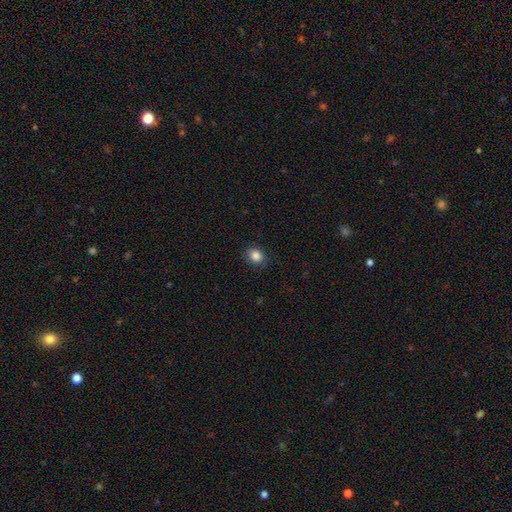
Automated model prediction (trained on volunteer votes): This is clearly a smooth galaxy (86%). How rounded: likely round (65%). Merging: clearly none (86%).